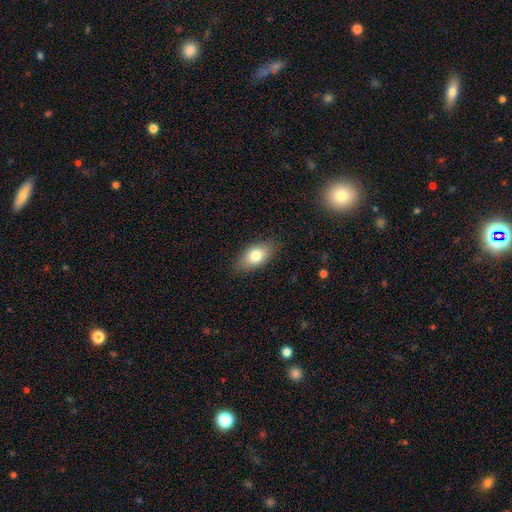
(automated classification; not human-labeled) The model was most divided on "smooth or featured": smooth: 78%, featured or disk: 14%, star or artifact: 8%. More confident: how rounded — in between (90%); merging — none (85%).